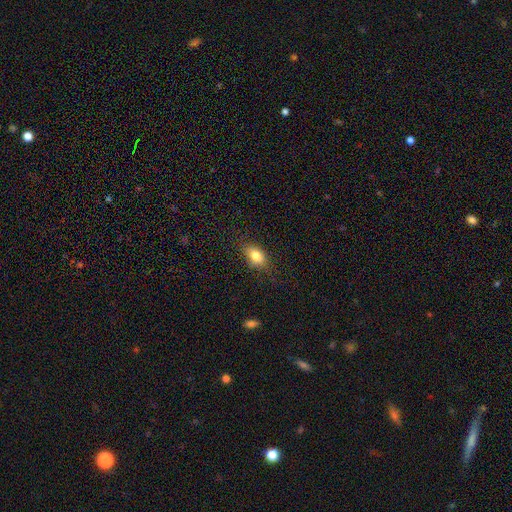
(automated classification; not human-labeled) smooth_or_featured: smooth (p=0.81) [alt: featured or disk p=0.10]
how_rounded: in between (p=0.80) [alt: round p=0.17]
merging: none (p=0.79) [alt: minor disturbance p=0.15]